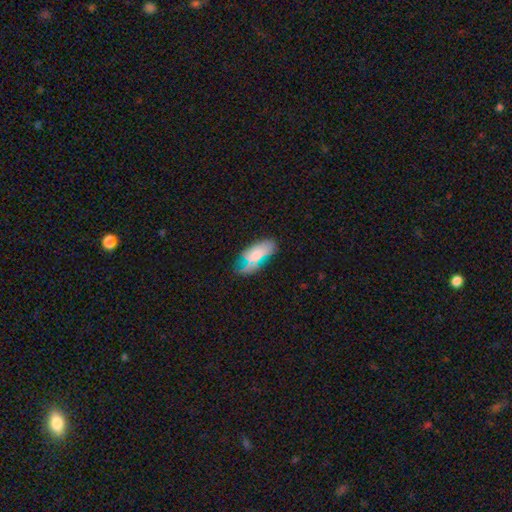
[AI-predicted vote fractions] Overall: smooth (73%). How rounded: in between (83%). Merging: none (69%).